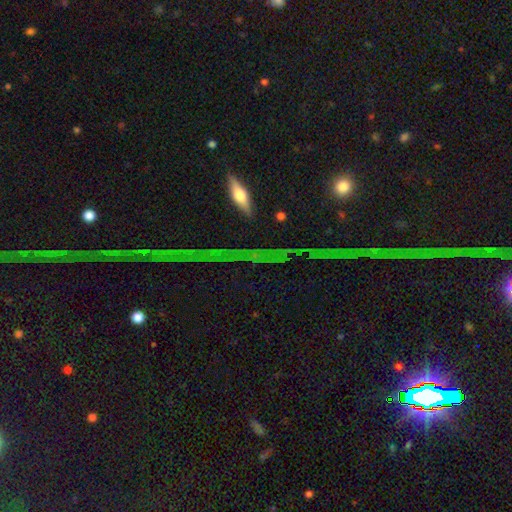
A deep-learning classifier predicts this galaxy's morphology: A star or artifact, not a galaxy (72%).